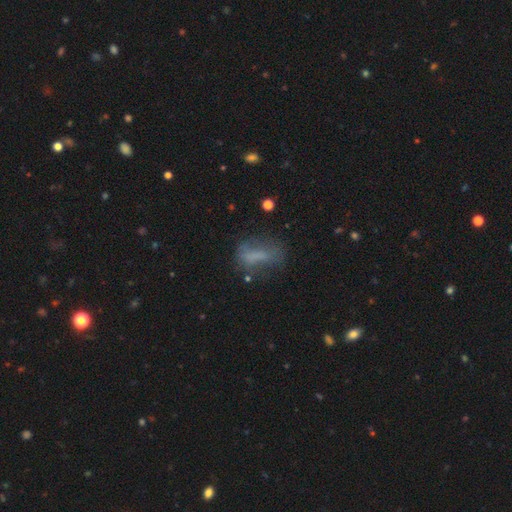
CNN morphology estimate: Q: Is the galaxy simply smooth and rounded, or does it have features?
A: smooth — 56%.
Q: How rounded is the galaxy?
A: in between — 65%.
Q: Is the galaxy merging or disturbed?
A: none — 44%.